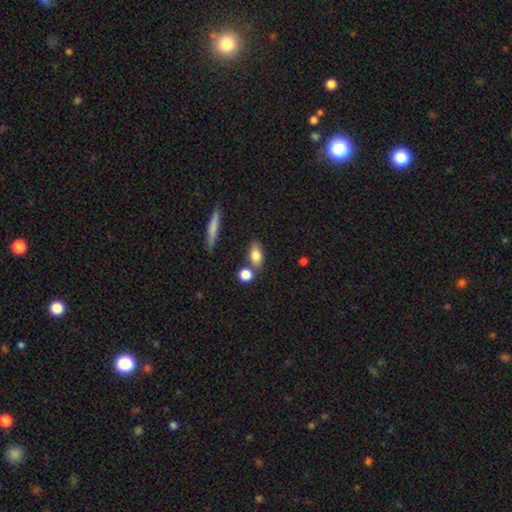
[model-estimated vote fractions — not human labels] This appears to be a smooth galaxy with no disk features (80%) that is in between round and cigar-shaped (73%). Merging: none (65%).